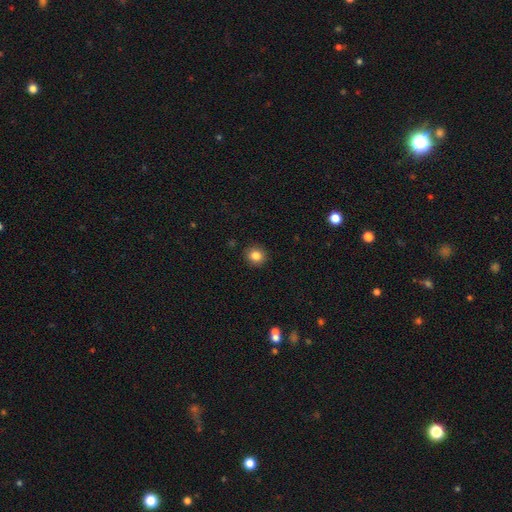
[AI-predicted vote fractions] smooth 84%, star or artifact 11%, featured or disk 6%. Down the decision tree: how rounded — round (84%); merging — none (91%).